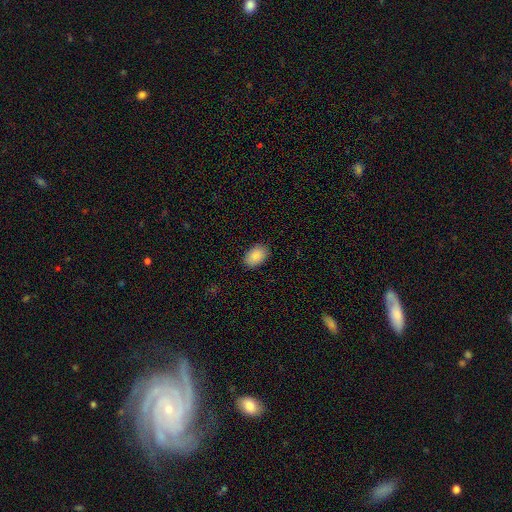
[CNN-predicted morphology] Overall: smooth (88%). How rounded: in between (89%). Merging: none (88%).